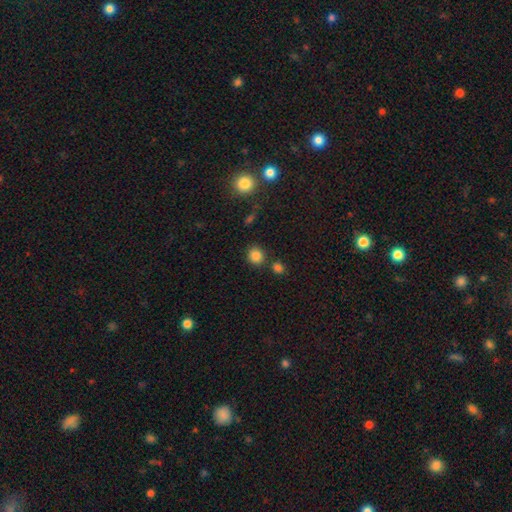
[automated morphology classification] smooth-or-featured: smooth: 84% | star or artifact: 11% | featured or disk: 4%
  how-rounded: round: 82% | in between: 17% | cigar-shaped: 1%
  merging: none: 80% | minor disturbance: 9% | merger: 8% | major disturbance: 3%